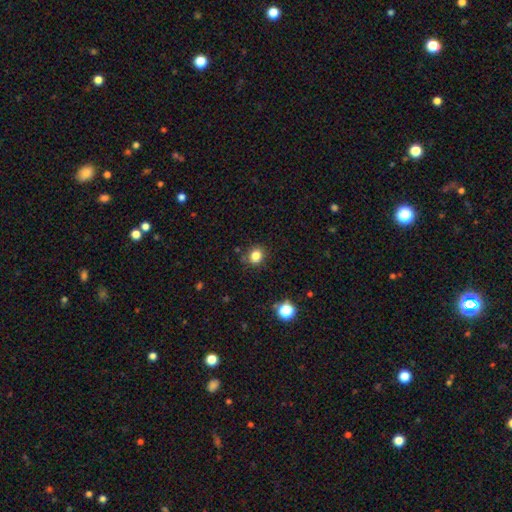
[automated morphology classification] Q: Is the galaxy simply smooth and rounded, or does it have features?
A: smooth — 82%.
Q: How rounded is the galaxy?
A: round — 73%.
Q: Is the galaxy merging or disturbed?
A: none — 83%.